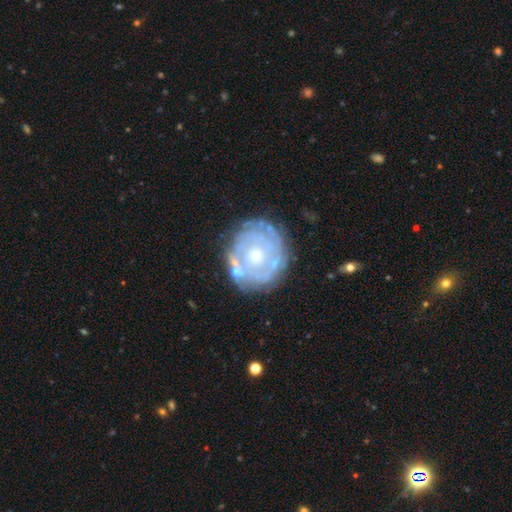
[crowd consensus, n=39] Volunteers were most divided on "spiral arm count": can't tell: 43%, 2: 38%, 3: 10%, 4: 5%, more than 4: 5%, 1: 0%. More confident: edge-on disk — no (100%); merging — none (83%); bulge size — moderate (82%); bar — no (82%); spiral winding — tight (81%); spiral arms — yes (75%); smooth or featured — featured or disk (72%).